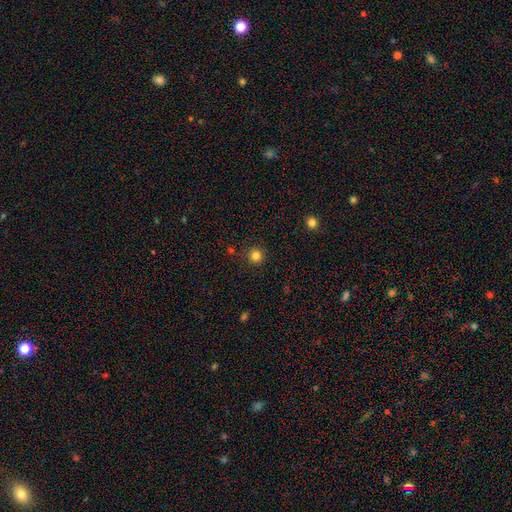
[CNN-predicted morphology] A smooth galaxy with no disk features (82%) that is round (95%).

Vote fractions:
- Smooth or featured? smooth: 82% / star or artifact: 13% / featured or disk: 4%
- How rounded? round: 95% / in between: 4% / cigar-shaped: 1%
- Merging? none: 89% / minor disturbance: 7% / major disturbance: 2% / merger: 2%